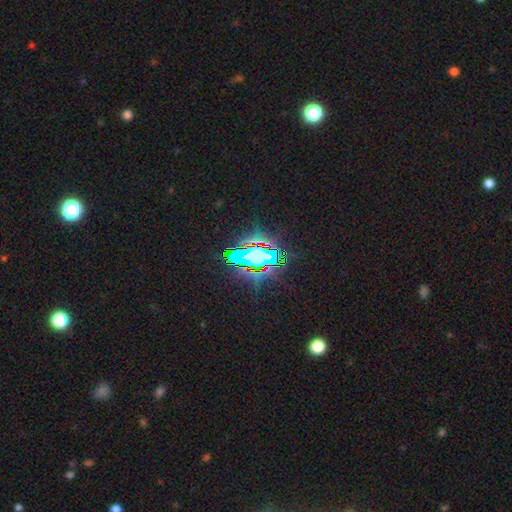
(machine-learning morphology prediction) Overall: star or artifact (64%).